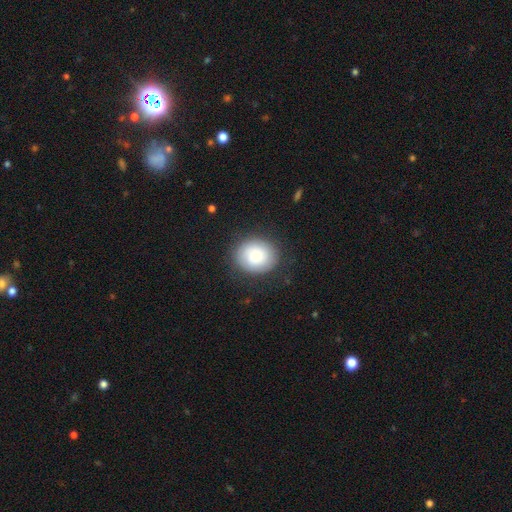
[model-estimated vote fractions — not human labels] Smooth or featured?
  - smooth: 83% *
  - featured or disk: 10%
  - star or artifact: 7%
How rounded?
  - round: 71% *
  - in between: 28%
  - cigar-shaped: 1%
Merging?
  - none: 83% *
  - minor disturbance: 11%
  - major disturbance: 5%
  - merger: 1%